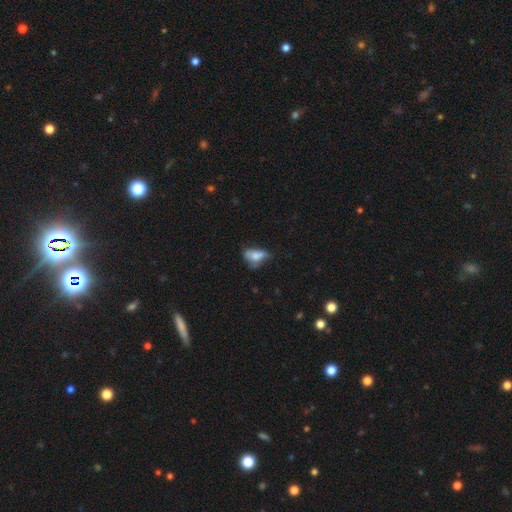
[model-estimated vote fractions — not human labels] This is likely a smooth galaxy (66%). How rounded: clearly in between (85%). Merging: marginally minor disturbance (34%).